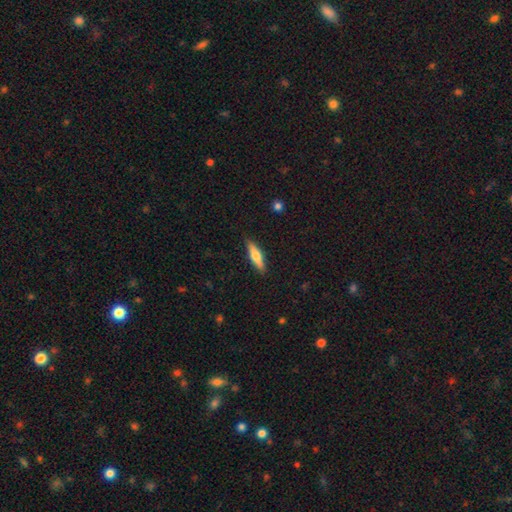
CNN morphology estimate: Smooth or featured?
  - smooth: 51% *
  - featured or disk: 43%
  - star or artifact: 6%
How rounded?
  - cigar-shaped: 73% *
  - in between: 25%
  - round: 2%
Merging?
  - none: 89% *
  - minor disturbance: 8%
  - major disturbance: 2%
  - merger: 1%